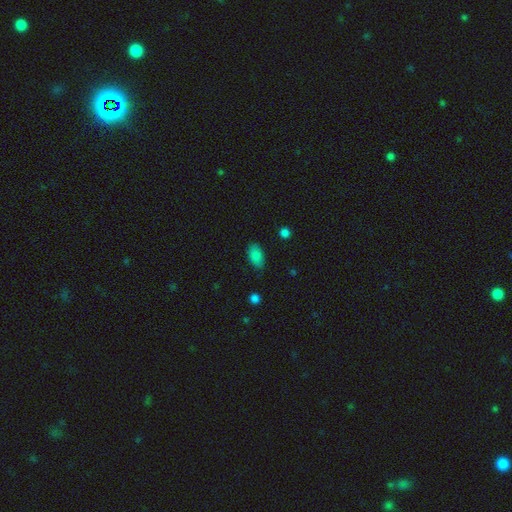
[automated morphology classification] Smooth or featured? smooth (86%)
How rounded? in between (92%)
Merging? none (81%)